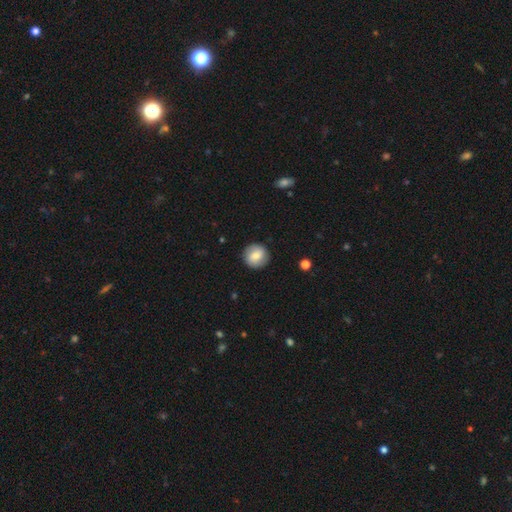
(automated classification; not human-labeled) The model was most divided on "smooth or featured": smooth: 71%, featured or disk: 22%, star or artifact: 7%. More confident: how rounded — round (92%); merging — none (89%).